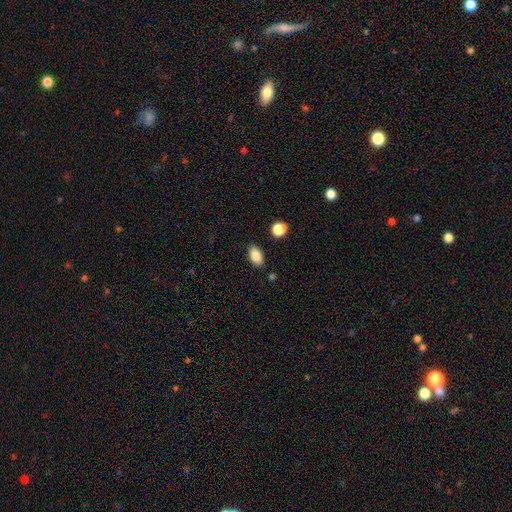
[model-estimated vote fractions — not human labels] Smooth or featured: smooth — 88% (star or artifact — 8%)
How rounded: in between — 91% (round — 6%)
Merging: none — 85% (minor disturbance — 10%)